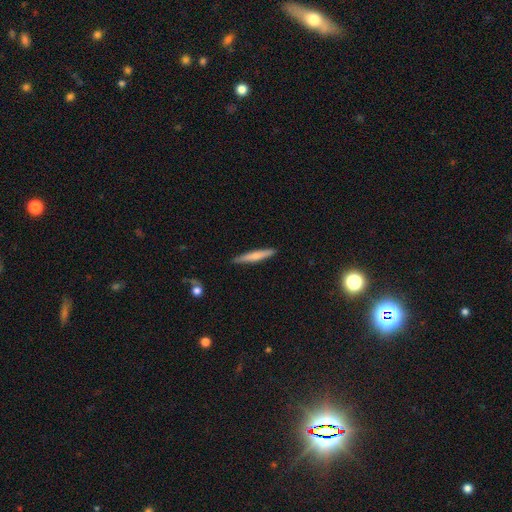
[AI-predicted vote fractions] A smooth galaxy with no disk features (62%) that is cigar-shaped (94%).

Vote fractions:
- Smooth or featured? smooth: 62% / featured or disk: 33% / star or artifact: 6%
- How rounded? cigar-shaped: 94% / in between: 5% / round: 1%
- Merging? none: 88% / minor disturbance: 9% / major disturbance: 2% / merger: 1%